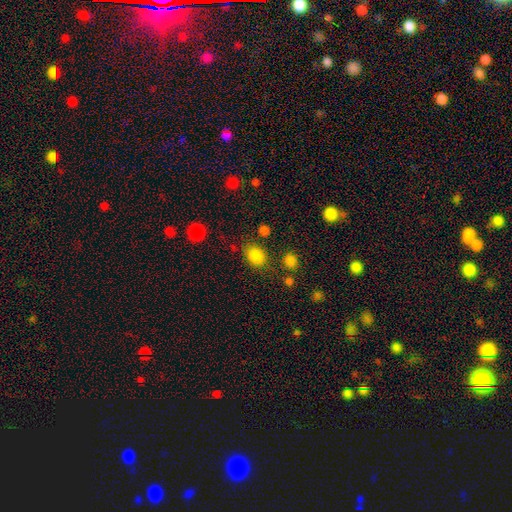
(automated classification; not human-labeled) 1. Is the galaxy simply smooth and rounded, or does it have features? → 84% smooth, 11% star or artifact, 4% featured or disk.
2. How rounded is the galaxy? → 52% round, 47% in between, 1% cigar-shaped.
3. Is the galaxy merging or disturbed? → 76% none, 14% minor disturbance, 5% merger, 5% major disturbance.